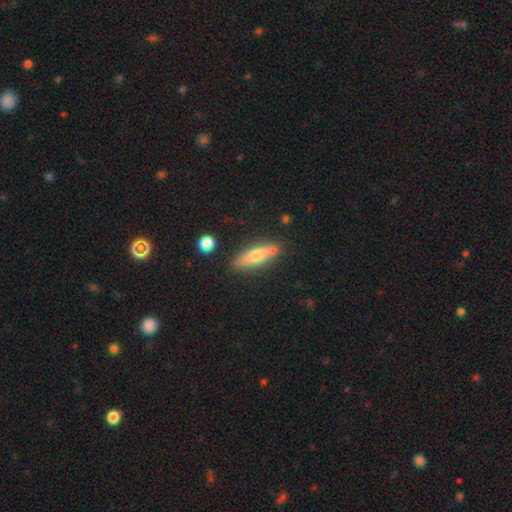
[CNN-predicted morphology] Smooth or featured? smooth (64%)
How rounded? cigar-shaped (63%)
Merging? none (76%)